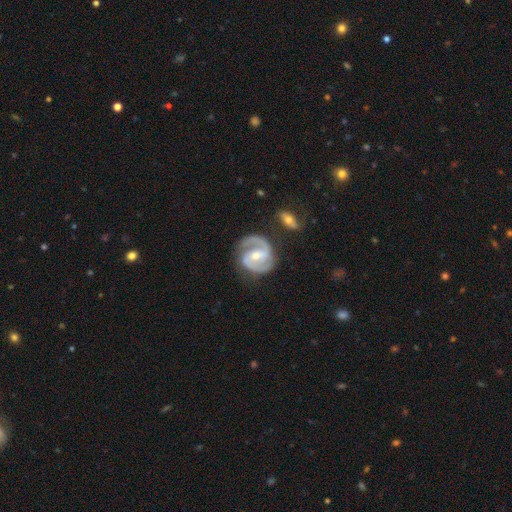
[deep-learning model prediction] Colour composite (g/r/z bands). It shows a featured or disk galaxy (90%) with a weak bar (44%), 2 (89%) medium (54%) spiral arms (98%) and a small central bulge (50%). Merging: none (75%).